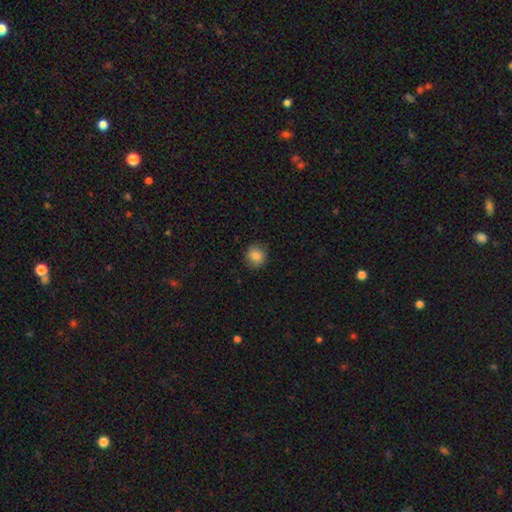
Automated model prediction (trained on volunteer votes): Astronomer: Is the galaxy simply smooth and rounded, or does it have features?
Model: smooth — 85%.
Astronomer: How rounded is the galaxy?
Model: round — 89%.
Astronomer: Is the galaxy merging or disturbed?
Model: none — 87%.